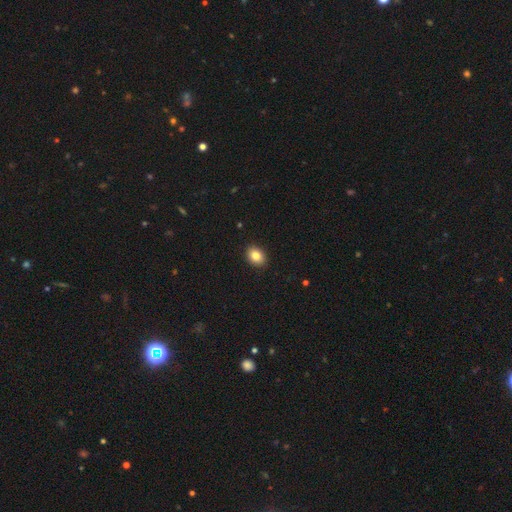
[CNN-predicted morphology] This is clearly a smooth galaxy (85%). How rounded: likely in between (63%). Merging: clearly none (90%).